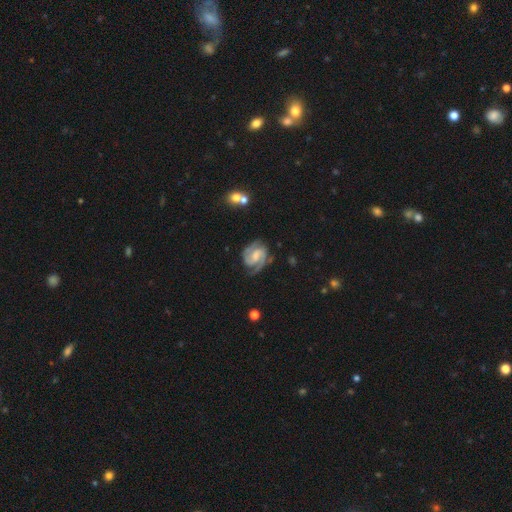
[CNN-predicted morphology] A featured or disk galaxy (89%) with a weak bar (52%), 2 (88%) medium (47%) spiral arms (98%) and a moderate central bulge (38%). Merging: none (73%).